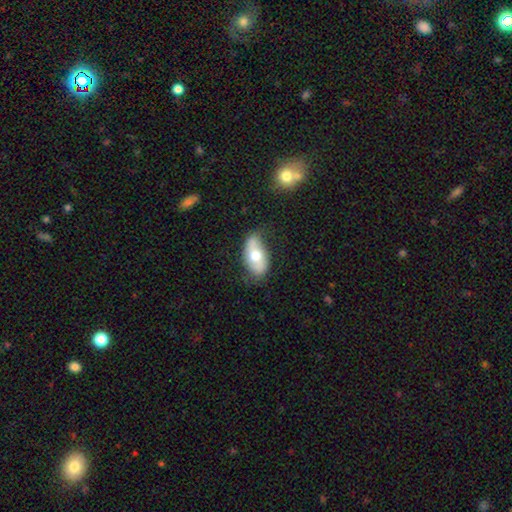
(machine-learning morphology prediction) smooth-or-featured: smooth: 52% | featured or disk: 41% | star or artifact: 7%
  how-rounded: in between: 91% | round: 5% | cigar-shaped: 4%
  merging: none: 63% | minor disturbance: 27% | major disturbance: 8% | merger: 2%